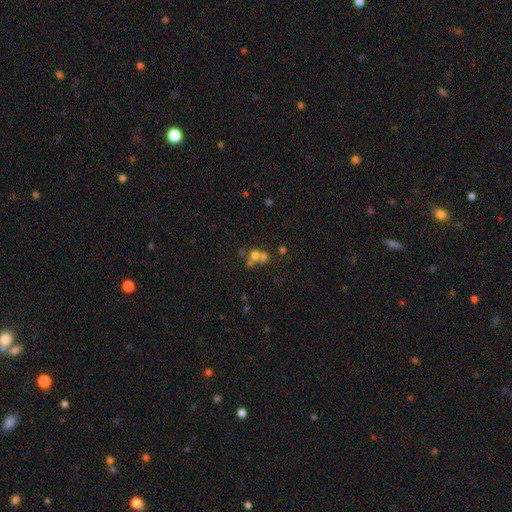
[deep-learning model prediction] smooth 59%, featured or disk 22%, star or artifact 19%. Down the decision tree: how rounded — round (76%); merging — merger (54%).